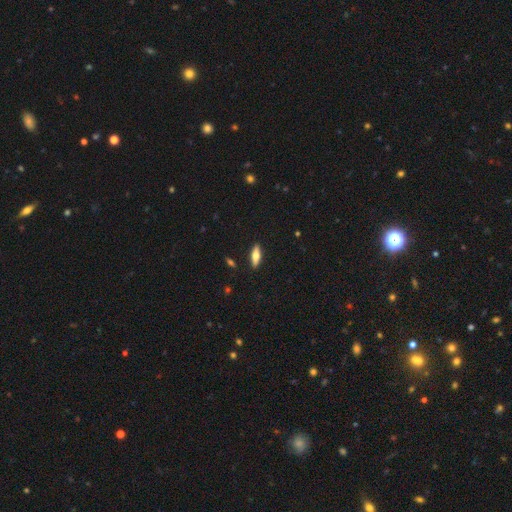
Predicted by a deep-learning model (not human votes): smooth_or_featured: smooth (p=0.54) [alt: featured or disk p=0.40]
how_rounded: in between (p=0.52) [alt: cigar-shaped p=0.45]
merging: none (p=0.89) [alt: minor disturbance p=0.08]